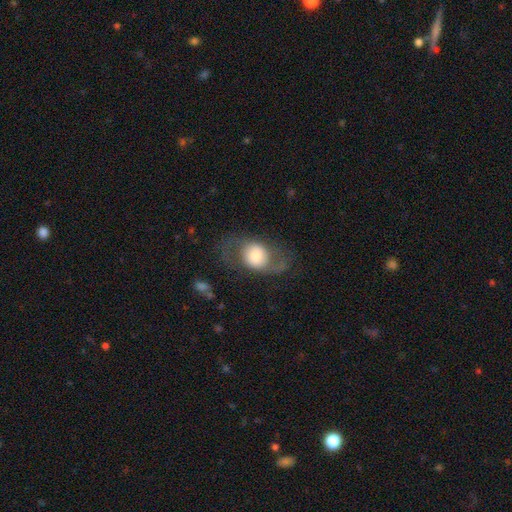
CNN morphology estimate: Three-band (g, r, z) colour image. It shows a featured or disk galaxy (47%). Merging: none (64%).